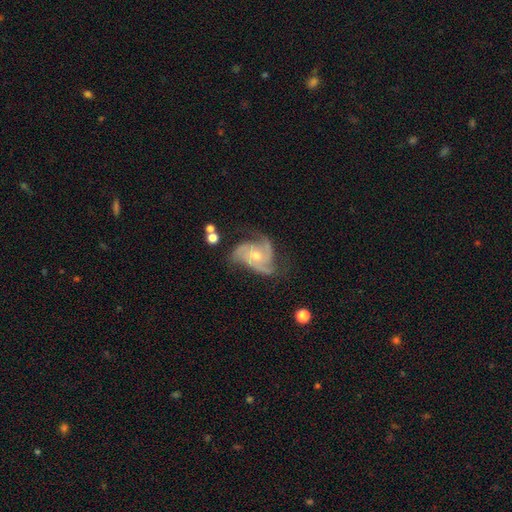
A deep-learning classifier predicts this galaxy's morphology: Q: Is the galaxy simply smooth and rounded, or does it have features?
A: featured or disk — 89%.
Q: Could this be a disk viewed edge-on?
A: no — 98%.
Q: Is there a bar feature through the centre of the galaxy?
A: no — 73%.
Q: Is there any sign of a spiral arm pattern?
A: yes — 97%.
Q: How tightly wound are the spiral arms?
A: medium — 49%.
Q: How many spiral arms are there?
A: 3 — 69%.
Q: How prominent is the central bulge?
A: moderate — 58%.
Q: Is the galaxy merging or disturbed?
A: none — 58%.